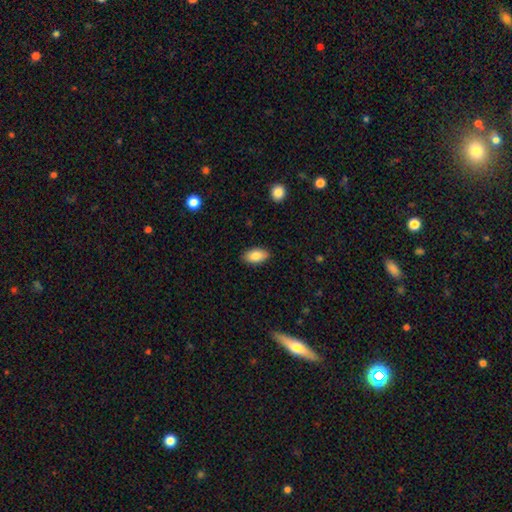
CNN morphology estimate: This is clearly a smooth galaxy (84%). How rounded: clearly in between (93%). Merging: clearly none (88%).